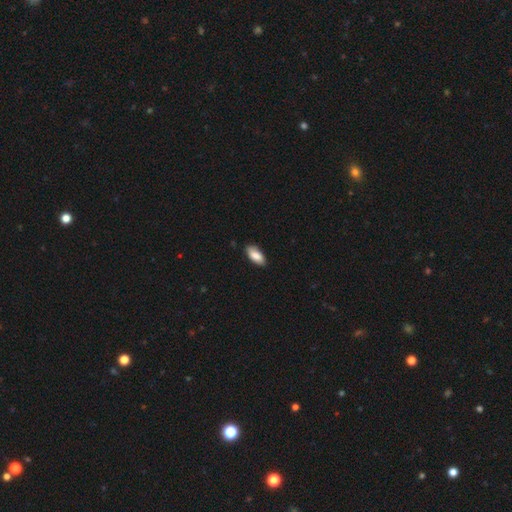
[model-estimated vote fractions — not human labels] smooth 85%, featured or disk 9%, star or artifact 6%. Down the decision tree: how rounded — in between (89%); merging — none (84%).